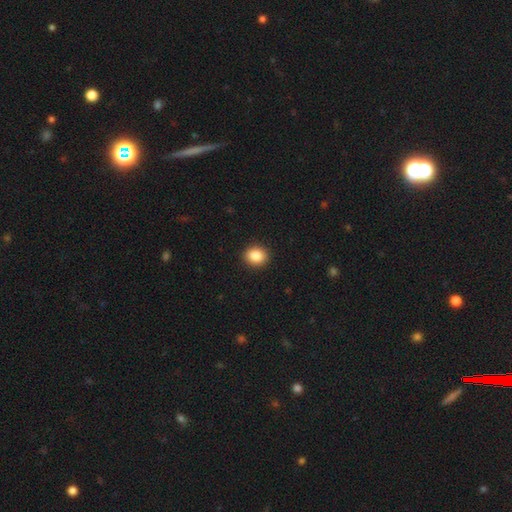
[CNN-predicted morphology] A smooth galaxy with no disk features (86%) that is round (71%). Merging: none (92%).